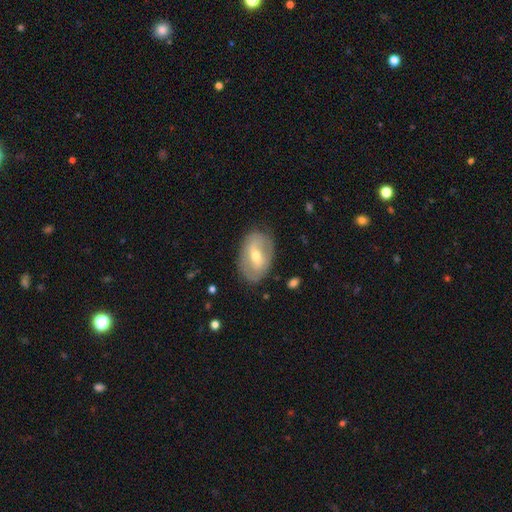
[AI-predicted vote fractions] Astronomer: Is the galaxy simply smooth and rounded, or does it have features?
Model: featured or disk — 56% (runner-up: smooth, 37%).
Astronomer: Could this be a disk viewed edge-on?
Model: no — 91%.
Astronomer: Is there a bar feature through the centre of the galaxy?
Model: weak — 41% (runner-up: strong, 35%).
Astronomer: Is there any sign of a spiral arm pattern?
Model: no — 58% (runner-up: yes, 42%).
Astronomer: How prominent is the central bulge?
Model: moderate — 57% (runner-up: small, 38%).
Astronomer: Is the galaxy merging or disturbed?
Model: none — 79%.